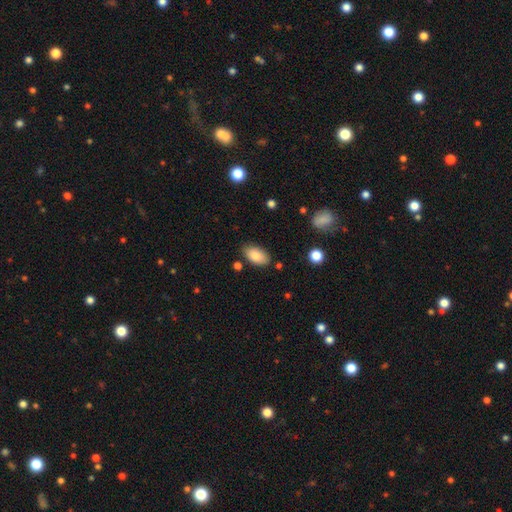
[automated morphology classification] type=smooth (83%); roundness=in between (94%); merging=none (81%).